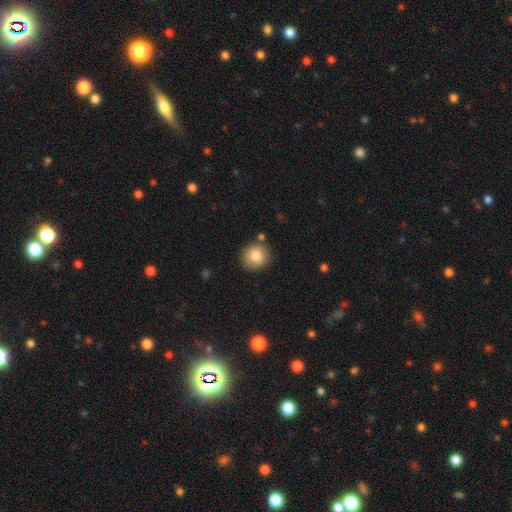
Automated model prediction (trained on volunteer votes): This is clearly a smooth galaxy (85%). How rounded: clearly round (89%). Merging: clearly none (83%).